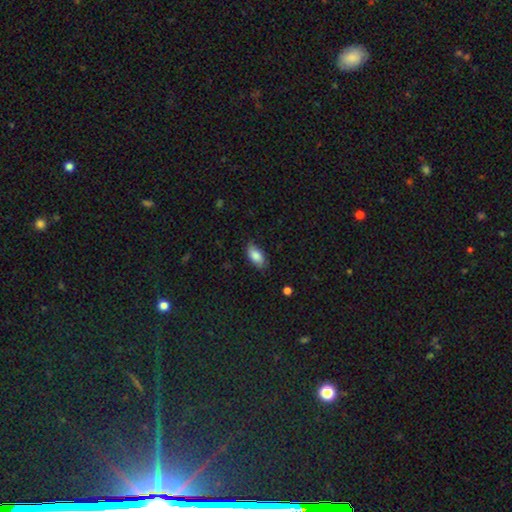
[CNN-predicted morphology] This is clearly a smooth galaxy (85%). How rounded: clearly in between (92%). Merging: likely none (79%).